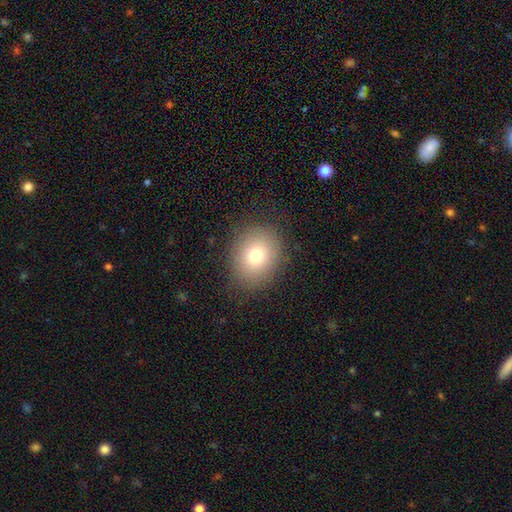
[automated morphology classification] Smooth or featured? Predicted: smooth (p=0.75). How rounded? Predicted: round (p=0.60). Merging? Predicted: none (p=0.85).